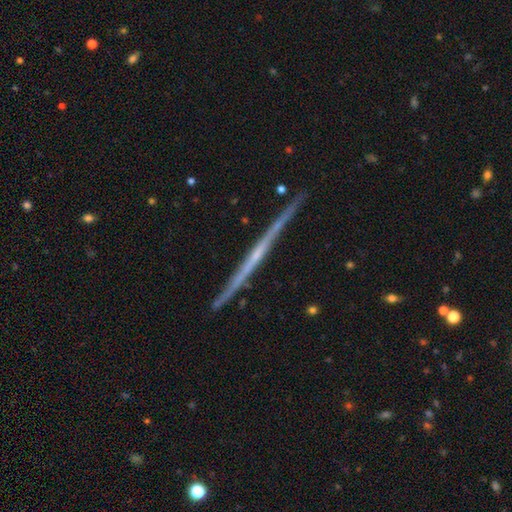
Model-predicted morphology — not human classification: featured or disk 77%, smooth 17%, star or artifact 6%. Down the decision tree: edge-on disk — yes (98%); edge-on bulge — none (71%); merging — none (90%).